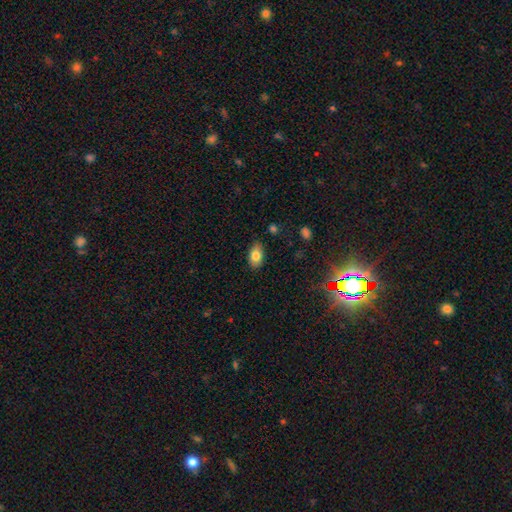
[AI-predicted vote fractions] Q: Smooth or featured?
A: smooth (81%); runner-up: featured or disk (10%)
Q: How rounded?
A: in between (90%); runner-up: round (8%)
Q: Merging?
A: none (85%); runner-up: minor disturbance (11%)